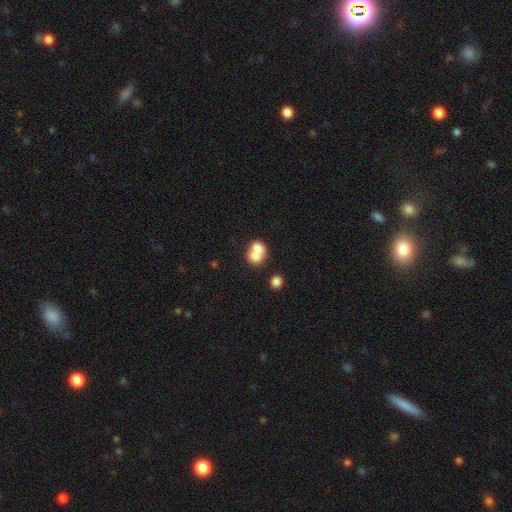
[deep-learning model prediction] smooth-or-featured: smooth: 72% | featured or disk: 19% | star or artifact: 9%
  how-rounded: round: 58% | in between: 41% | cigar-shaped: 1%
  merging: merger: 69% | none: 22% | minor disturbance: 6% | major disturbance: 3%